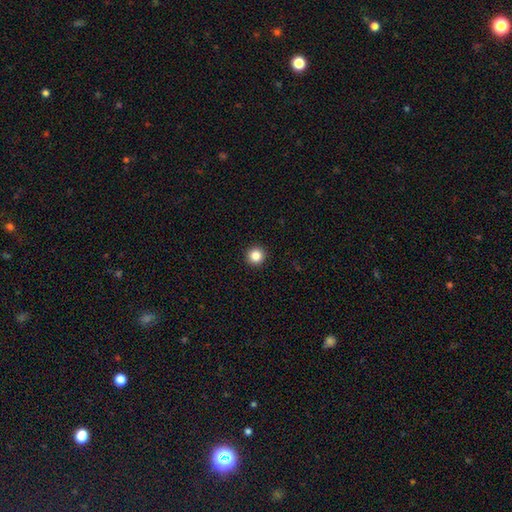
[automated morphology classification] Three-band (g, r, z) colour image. It shows a smooth galaxy with no disk features (85%) that is round (96%). Merging: none (94%).